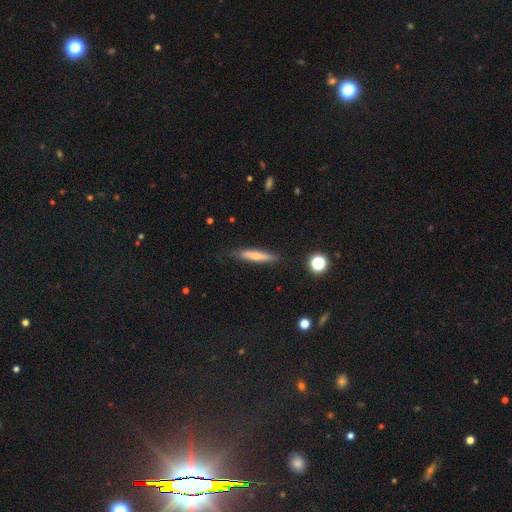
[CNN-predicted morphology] smooth 65%, featured or disk 28%, star or artifact 7%. Down the decision tree: how rounded — cigar-shaped (88%); merging — none (81%).